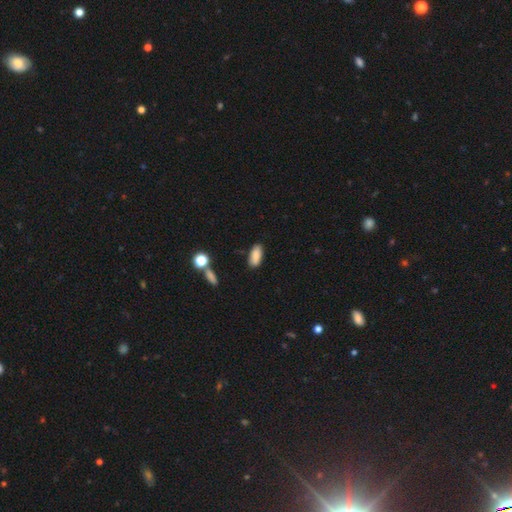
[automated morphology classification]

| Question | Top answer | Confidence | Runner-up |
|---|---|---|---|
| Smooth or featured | smooth | 87% | star or artifact (8%) |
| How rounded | in between | 82% | cigar-shaped (15%) |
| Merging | none | 83% | minor disturbance (12%) |